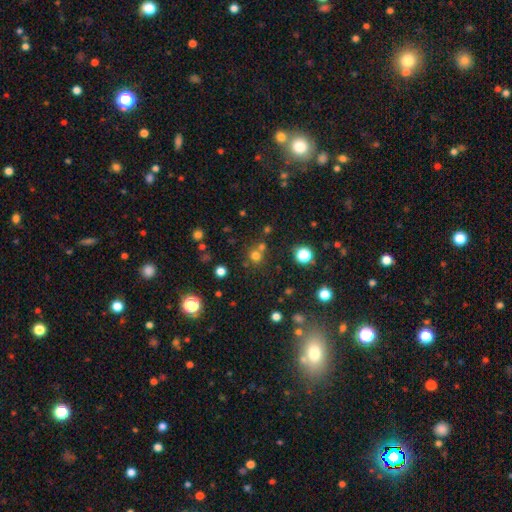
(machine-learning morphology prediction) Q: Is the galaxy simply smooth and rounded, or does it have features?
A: smooth — 66%.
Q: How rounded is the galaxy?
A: round — 90%.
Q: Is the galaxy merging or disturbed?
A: none — 64%.